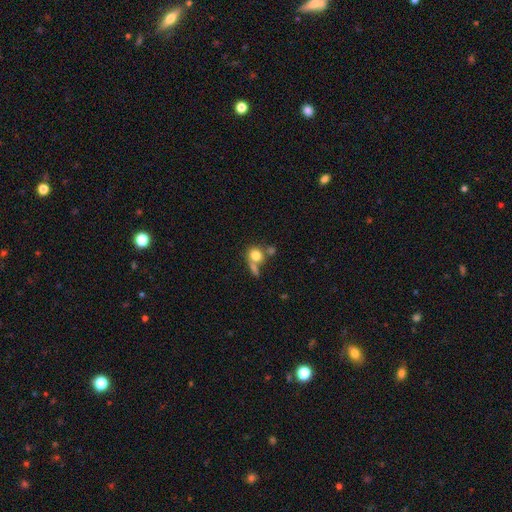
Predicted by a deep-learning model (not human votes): smooth_or_featured: smooth (p=0.78) [alt: featured or disk p=0.13]
how_rounded: round (p=0.75) [alt: in between p=0.23]
merging: none (p=0.41) [alt: merger p=0.36]